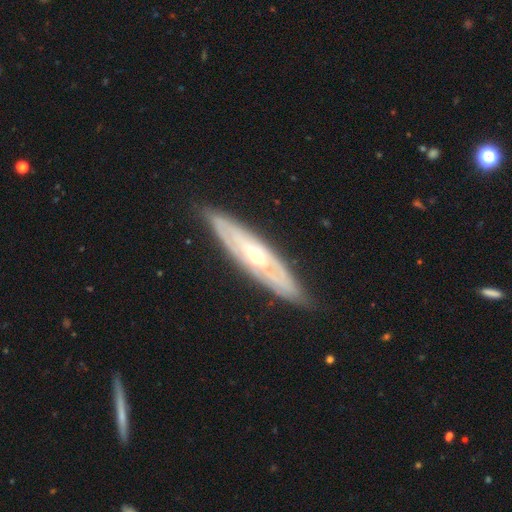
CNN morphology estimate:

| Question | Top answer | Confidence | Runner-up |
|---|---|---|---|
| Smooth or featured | featured or disk | 77% | smooth (17%) |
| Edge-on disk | no | 59% | yes (41%) |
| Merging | none | 83% | minor disturbance (13%) |